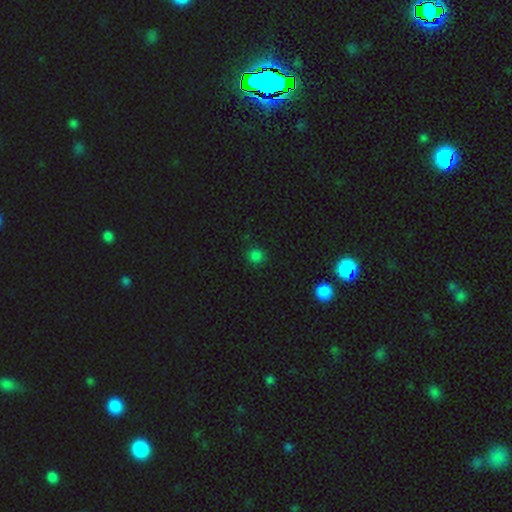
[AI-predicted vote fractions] Overall: smooth (80%). How rounded: round (91%). Merging: none (89%).